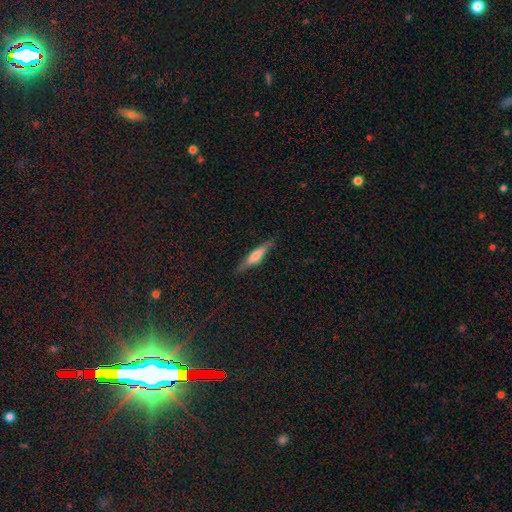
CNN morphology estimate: smooth_or_featured: featured or disk (p=0.50) [alt: smooth p=0.43]
disk_edge_on: yes (p=0.95) [alt: no p=0.05]
merging: none (p=0.86) [alt: minor disturbance p=0.10]